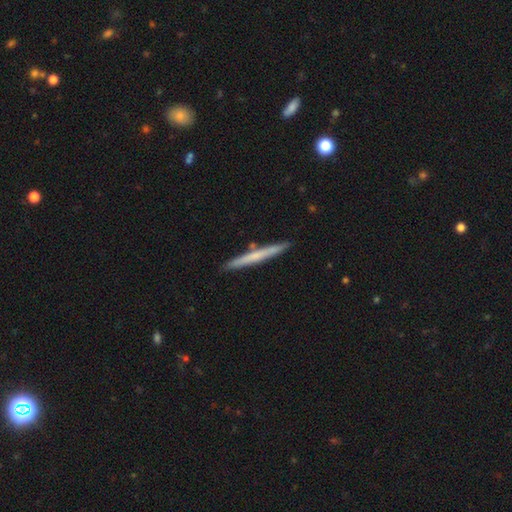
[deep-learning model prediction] Morphology: type=smooth (50%); merging=none (89%).